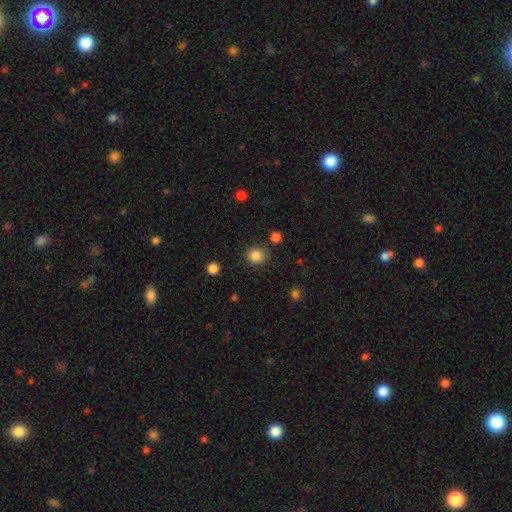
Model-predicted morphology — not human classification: Smooth or featured: smooth — 85% (star or artifact — 11%)
How rounded: round — 86% (in between — 14%)
Merging: none — 85% (minor disturbance — 8%)